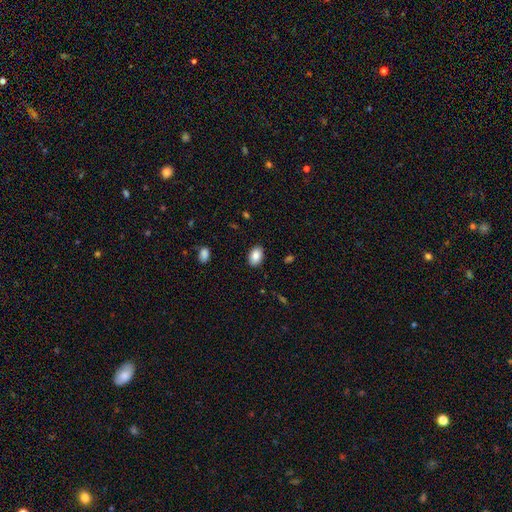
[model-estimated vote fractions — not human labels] Smooth or featured: smooth — 87% (star or artifact — 7%)
How rounded: in between — 88% (round — 10%)
Merging: none — 88% (minor disturbance — 9%)